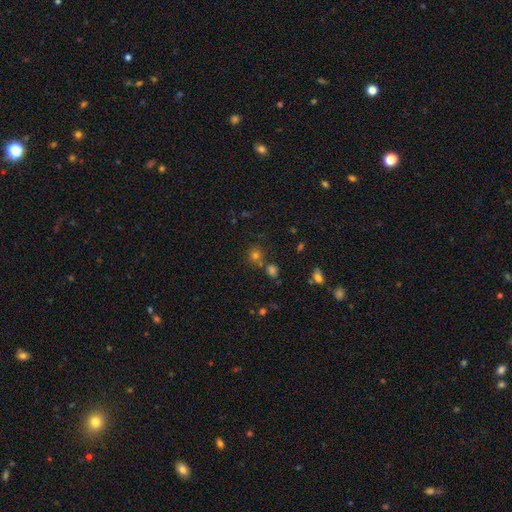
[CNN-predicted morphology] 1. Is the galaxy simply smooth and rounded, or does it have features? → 62% smooth, 30% star or artifact, 8% featured or disk.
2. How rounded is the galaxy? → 88% round, 11% in between, 1% cigar-shaped.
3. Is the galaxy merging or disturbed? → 70% none, 18% merger, 8% minor disturbance, 3% major disturbance.